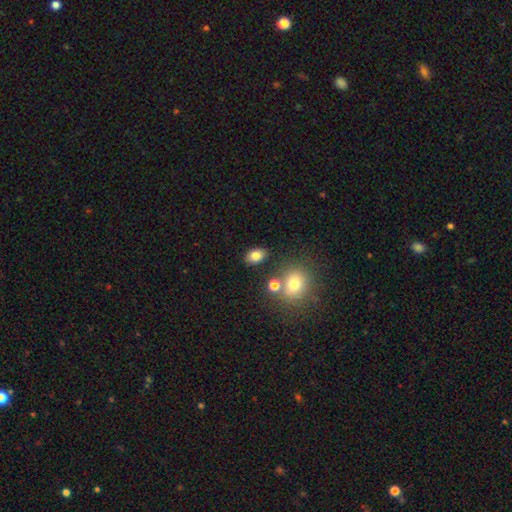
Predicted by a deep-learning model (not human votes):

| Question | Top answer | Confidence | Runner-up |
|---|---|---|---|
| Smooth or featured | smooth | 80% | star or artifact (11%) |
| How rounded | in between | 81% | round (17%) |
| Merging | none | 81% | minor disturbance (10%) |